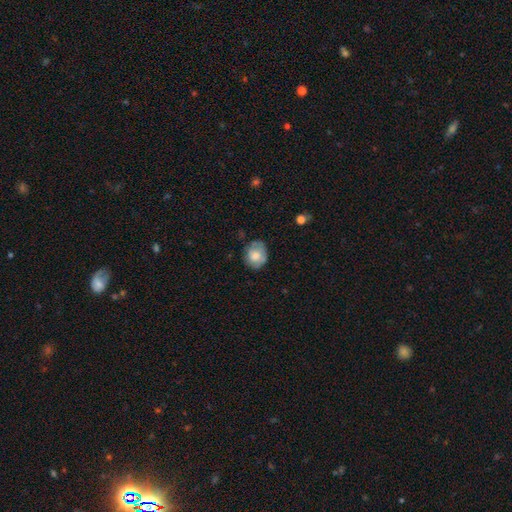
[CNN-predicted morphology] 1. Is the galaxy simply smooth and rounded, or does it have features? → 68% smooth, 24% featured or disk, 8% star or artifact.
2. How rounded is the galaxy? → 54% round, 45% in between, 1% cigar-shaped.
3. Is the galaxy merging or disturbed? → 66% none, 26% minor disturbance, 7% major disturbance, 2% merger.